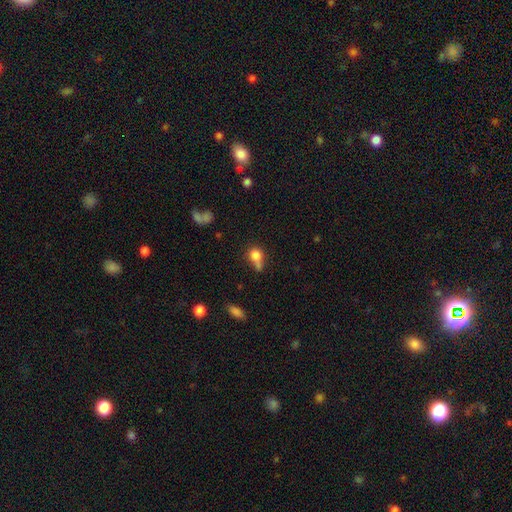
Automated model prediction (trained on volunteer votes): smooth-or-featured: smooth: 77% | star or artifact: 12% | featured or disk: 11%
  how-rounded: round: 60% | in between: 36% | cigar-shaped: 3%
  merging: none: 36% | merger: 27% | minor disturbance: 23% | major disturbance: 14%